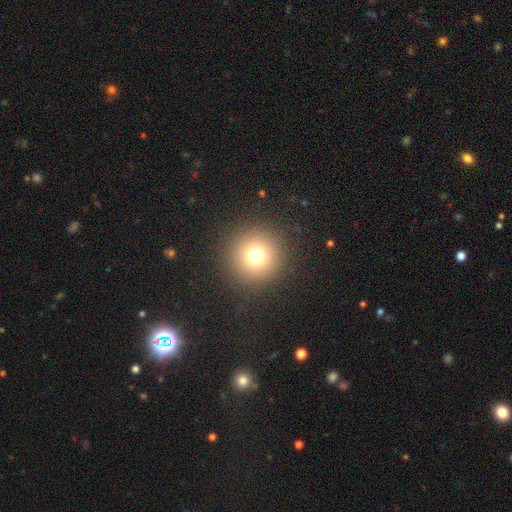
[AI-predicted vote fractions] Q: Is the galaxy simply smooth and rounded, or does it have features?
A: smooth — 73%.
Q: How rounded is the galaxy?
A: round — 96%.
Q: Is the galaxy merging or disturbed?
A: none — 91%.